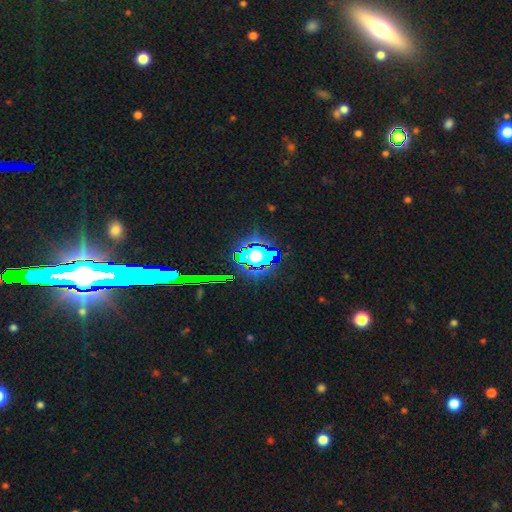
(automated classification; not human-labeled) Smooth or featured? Predicted: star or artifact (p=0.54).